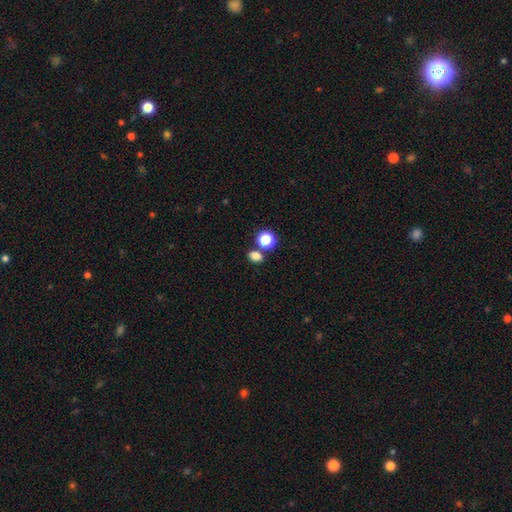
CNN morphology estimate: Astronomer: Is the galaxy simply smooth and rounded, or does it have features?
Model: smooth — 79%.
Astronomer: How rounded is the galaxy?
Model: in between — 58% (runner-up: round, 40%).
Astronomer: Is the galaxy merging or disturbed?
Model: none — 69%.